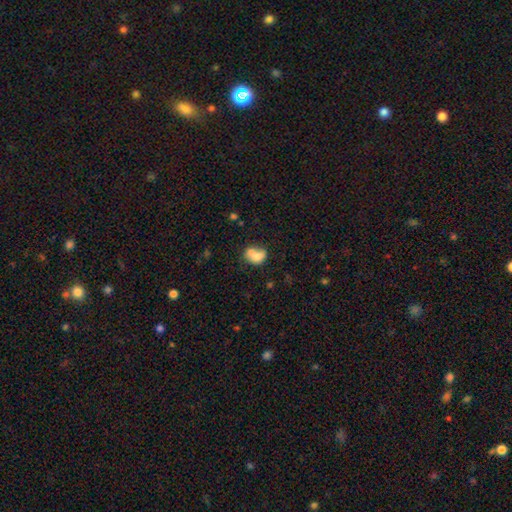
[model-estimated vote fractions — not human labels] This is likely a smooth galaxy (72%). How rounded: likely in between (64%). Merging: possibly merger (53%).